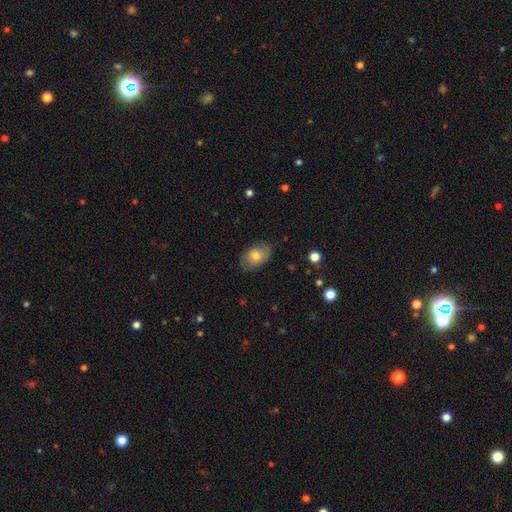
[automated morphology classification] Smooth or featured?
  - smooth: 73% *
  - featured or disk: 20%
  - star or artifact: 7%
How rounded?
  - in between: 87% *
  - round: 12%
  - cigar-shaped: 1%
Merging?
  - none: 79% *
  - minor disturbance: 16%
  - major disturbance: 3%
  - merger: 1%